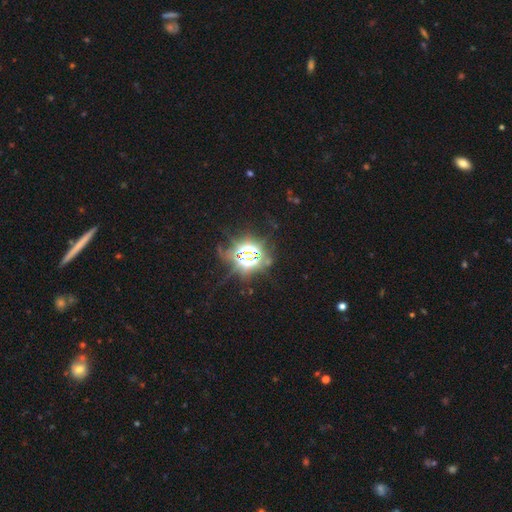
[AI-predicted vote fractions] Smooth or featured? Predicted: star or artifact (p=0.82).